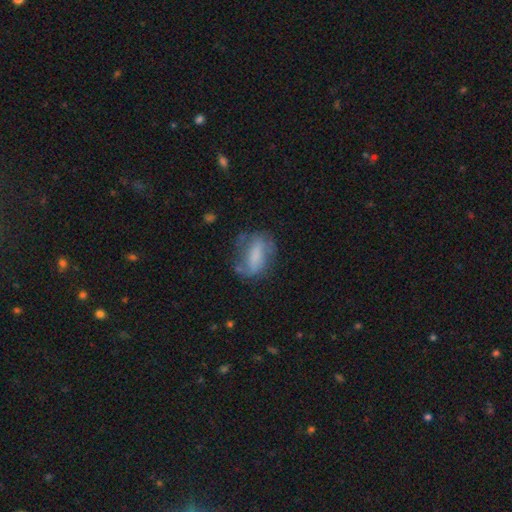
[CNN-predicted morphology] Smooth or featured? Predicted: smooth (p=0.51). How rounded? Predicted: in between (p=0.76). Merging? Predicted: none (p=0.51).